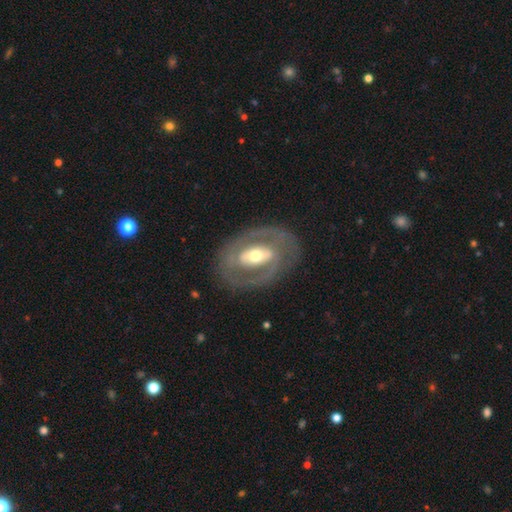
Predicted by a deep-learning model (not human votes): A featured or disk galaxy (75%) with no bar (36%), spiral arms (50%, tied with no) and a moderate central bulge (64%). Merging: none (79%).